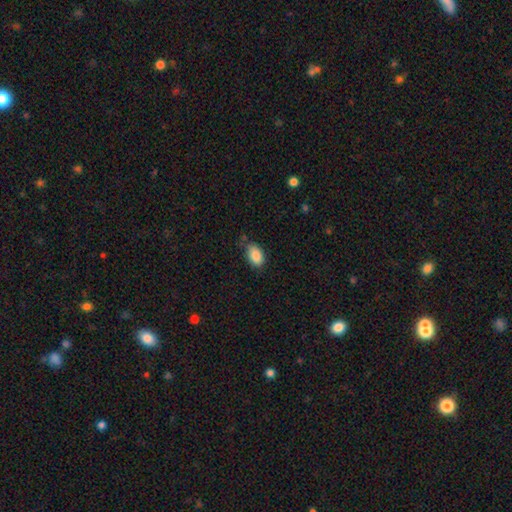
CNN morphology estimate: This appears to be a smooth galaxy with no disk features (88%) that is in between round and cigar-shaped (91%). Merging: none (68%).